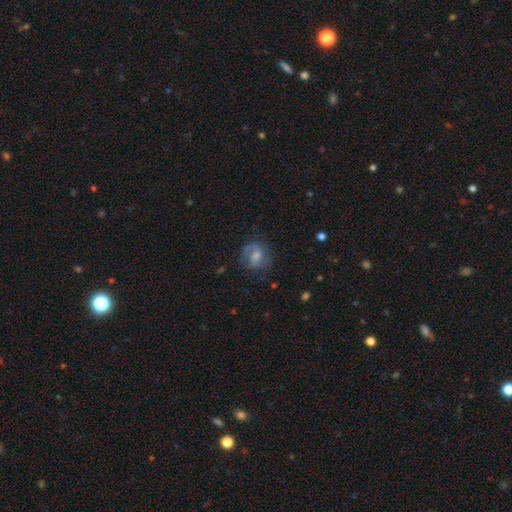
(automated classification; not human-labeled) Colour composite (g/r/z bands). It shows a featured or disk galaxy (57%) with a weak bar (52%), spiral arms (86%) and a moderate central bulge (39%). Merging: none (68%).